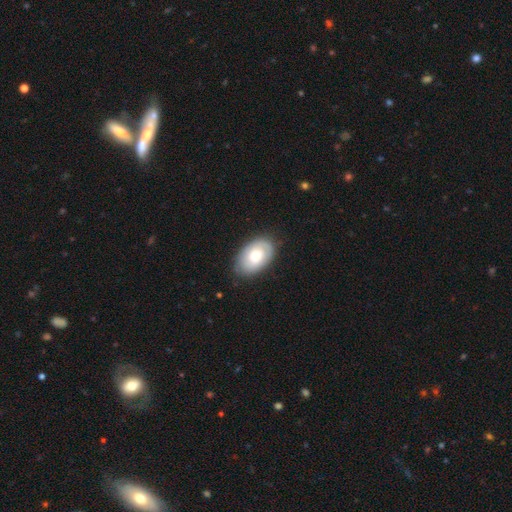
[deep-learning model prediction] Smooth or featured? Predicted: smooth (p=0.57). How rounded? Predicted: in between (p=0.89). Merging? Predicted: none (p=0.81).